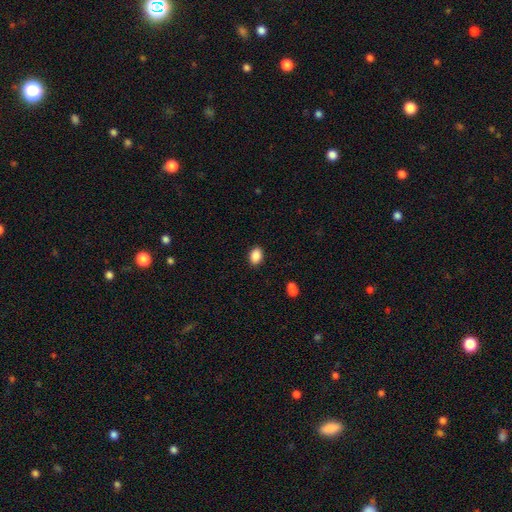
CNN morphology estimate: A smooth galaxy with no disk features (89%) that is in between round and cigar-shaped (82%). Merging: none (89%).